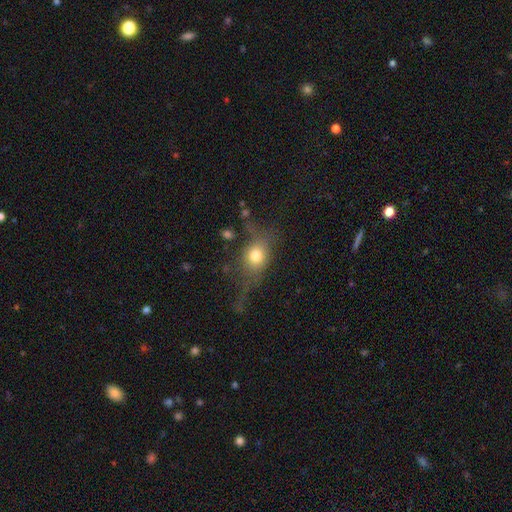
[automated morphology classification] smooth-or-featured: smooth: 68% | featured or disk: 20% | star or artifact: 12%
  how-rounded: round: 50% | in between: 47% | cigar-shaped: 4%
  merging: none: 43% | major disturbance: 31% | minor disturbance: 21% | merger: 5%